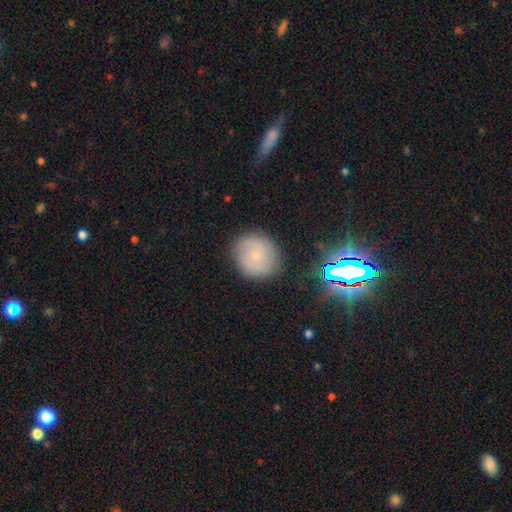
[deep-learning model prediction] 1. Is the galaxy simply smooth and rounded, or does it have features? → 49% smooth, 35% featured or disk, 16% star or artifact.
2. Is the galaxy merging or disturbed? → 81% none, 13% minor disturbance, 4% major disturbance, 2% merger.